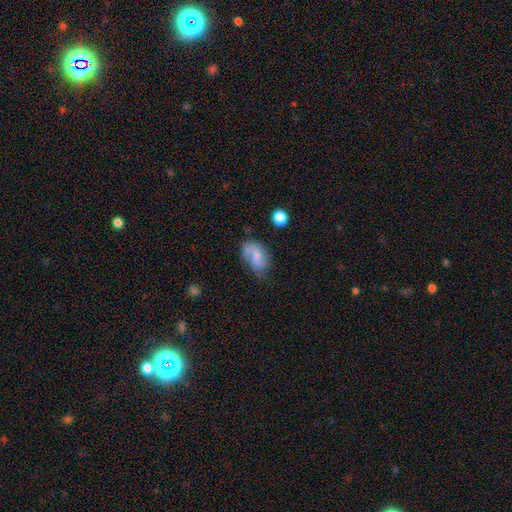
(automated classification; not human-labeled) Smooth or featured? smooth (64%)
How rounded? in between (88%)
Merging? none (45%)